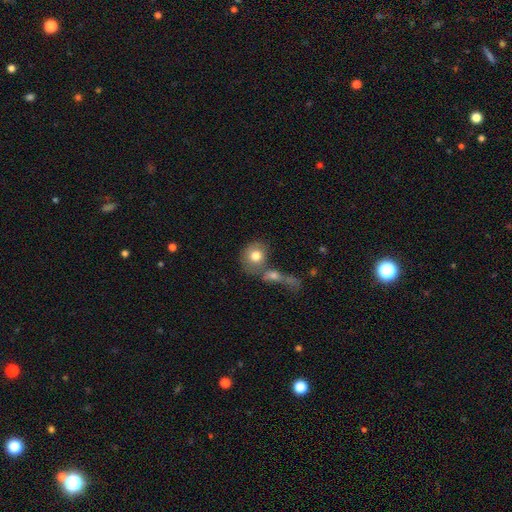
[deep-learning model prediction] Smooth or featured? Predicted: smooth (p=0.76). How rounded? Predicted: round (p=0.74). Merging? Predicted: none (p=0.42).